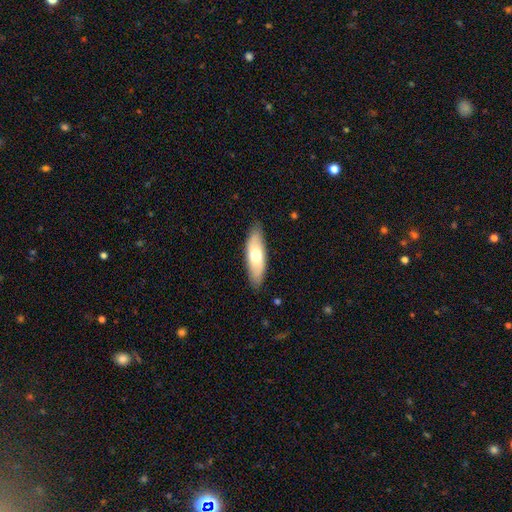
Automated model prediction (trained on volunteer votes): A smooth galaxy with no disk features (65%) that is in between round and cigar-shaped (59%). Merging: none (85%).